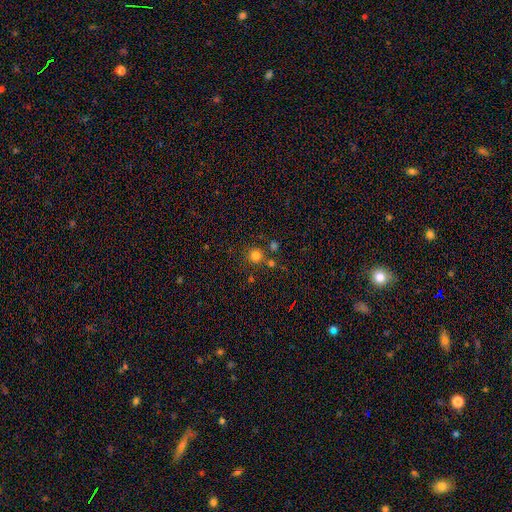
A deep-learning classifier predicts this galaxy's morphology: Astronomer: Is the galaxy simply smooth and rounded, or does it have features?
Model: smooth — 79%.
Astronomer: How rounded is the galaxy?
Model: round — 93%.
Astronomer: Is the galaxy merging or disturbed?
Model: none — 76%.